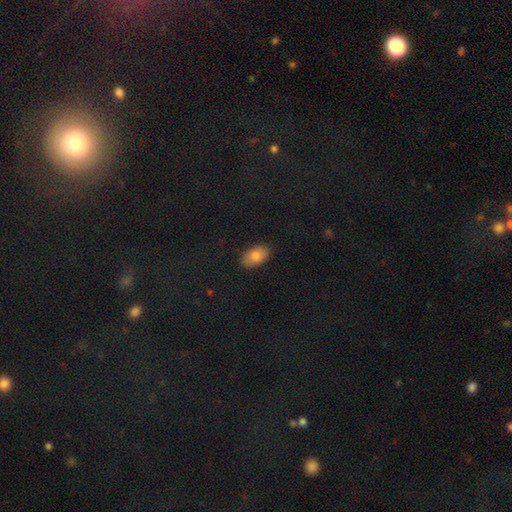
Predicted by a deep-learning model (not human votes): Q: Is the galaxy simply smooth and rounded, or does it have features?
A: smooth — 82%.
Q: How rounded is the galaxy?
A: in between — 93%.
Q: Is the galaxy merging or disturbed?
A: none — 86%.